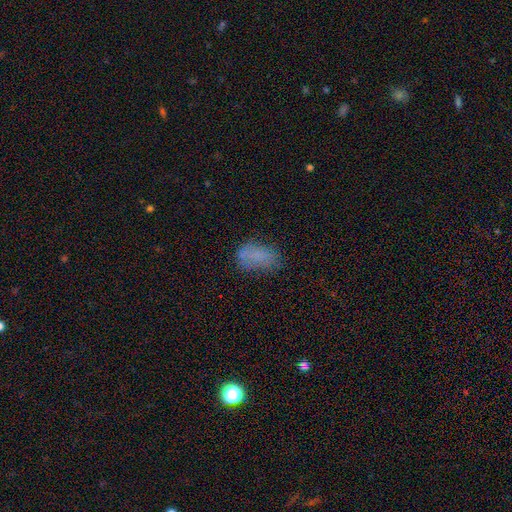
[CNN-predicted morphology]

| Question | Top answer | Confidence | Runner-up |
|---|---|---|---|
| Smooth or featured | smooth | 69% | featured or disk (18%) |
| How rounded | in between | 89% | round (8%) |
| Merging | none | 55% | minor disturbance (27%) |